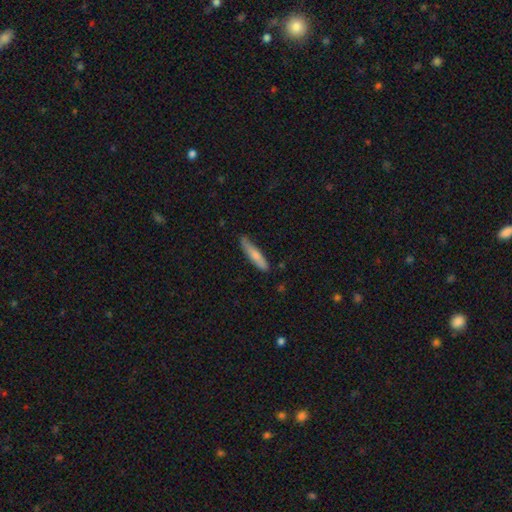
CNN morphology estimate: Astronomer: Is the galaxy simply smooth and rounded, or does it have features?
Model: smooth — 73%.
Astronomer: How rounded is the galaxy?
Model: cigar-shaped — 86%.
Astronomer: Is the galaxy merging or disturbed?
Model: none — 77%.